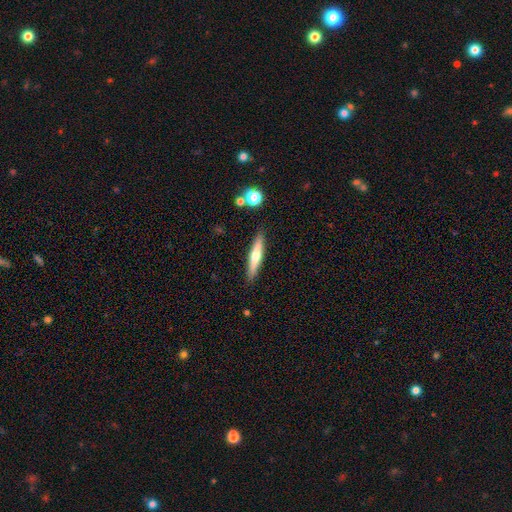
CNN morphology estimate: Smooth or featured?
  - featured or disk: 50% *
  - smooth: 44%
  - star or artifact: 6%
Merging?
  - none: 89% *
  - minor disturbance: 7%
  - merger: 2%
  - major disturbance: 2%